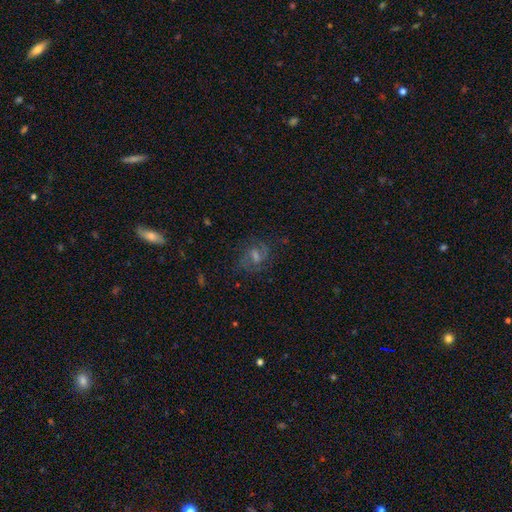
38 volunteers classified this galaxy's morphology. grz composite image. It shows a featured or disk galaxy (92%) with a weak bar (43%), 2 (94%) medium (66%) spiral arms (100%) and a small central bulge (31%). Merging: none (94%).